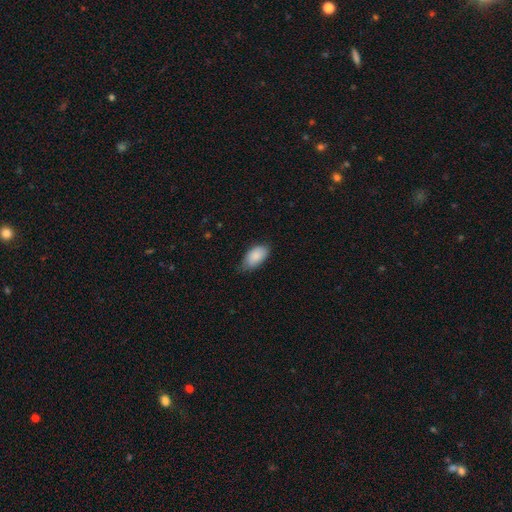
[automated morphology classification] smooth-or-featured: smooth: 87% | featured or disk: 7% | star or artifact: 6%
  how-rounded: in between: 94% | round: 4% | cigar-shaped: 2%
  merging: none: 65% | minor disturbance: 29% | major disturbance: 4% | merger: 1%